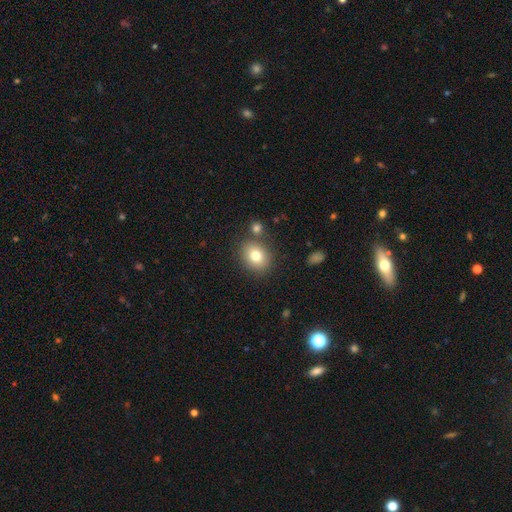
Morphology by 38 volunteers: This appears to be a smooth galaxy with no disk features (92%) that is in between round and cigar-shaped (63%). Merging: none (78%).